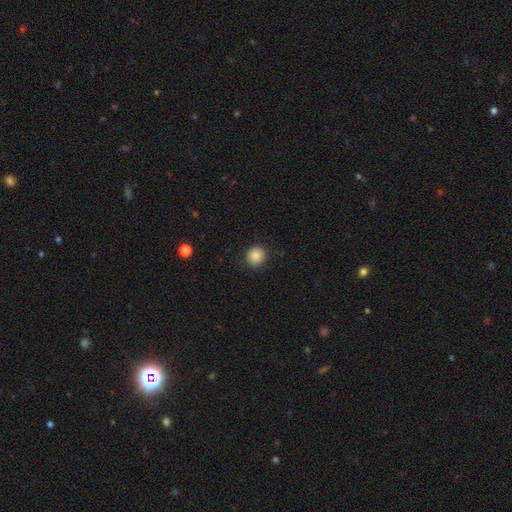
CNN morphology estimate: smooth-or-featured: smooth: 87% | star or artifact: 9% | featured or disk: 4%
  how-rounded: round: 90% | in between: 9% | cigar-shaped: 1%
  merging: none: 89% | minor disturbance: 8% | major disturbance: 2% | merger: 1%